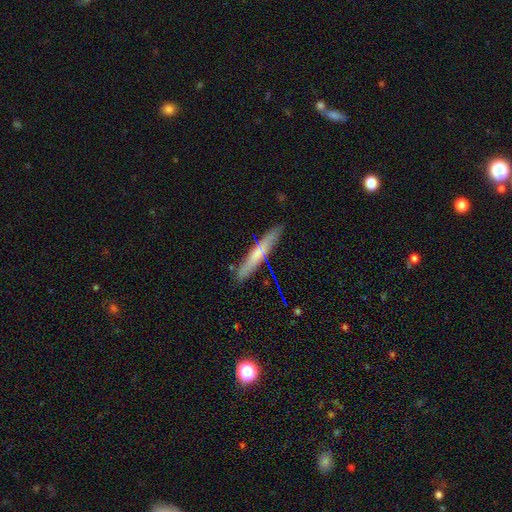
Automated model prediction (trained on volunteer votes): Q: Smooth or featured?
A: smooth (53%); runner-up: featured or disk (41%)
Q: How rounded?
A: cigar-shaped (94%); runner-up: in between (4%)
Q: Merging?
A: none (84%); runner-up: minor disturbance (12%)